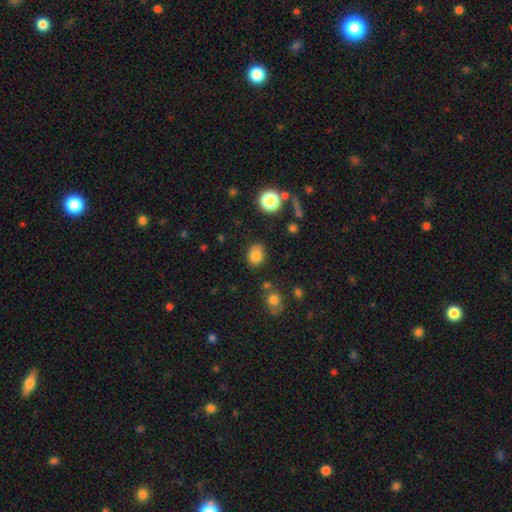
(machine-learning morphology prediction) smooth 80%, star or artifact 13%, featured or disk 7%. Down the decision tree: how rounded — in between (54%); merging — none (77%).